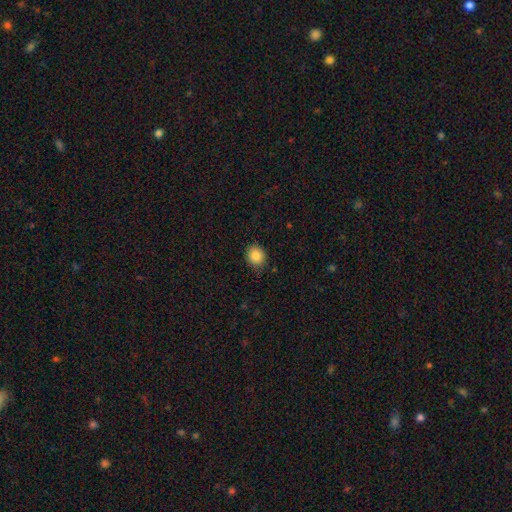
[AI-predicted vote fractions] Morphology: type=smooth (86%); roundness=round (81%); merging=none (87%).